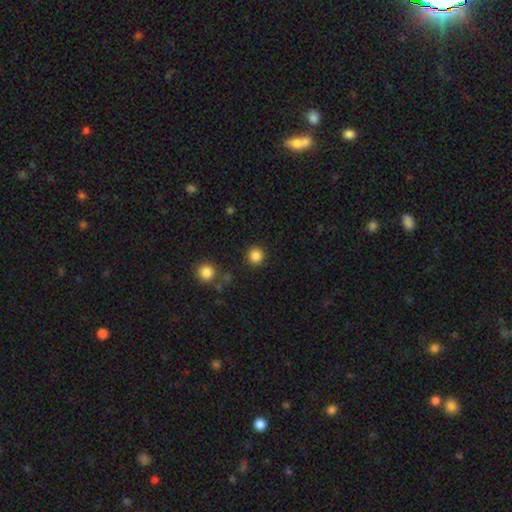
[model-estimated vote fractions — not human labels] smooth 86%, star or artifact 11%, featured or disk 3%. Down the decision tree: how rounded — round (95%); merging — none (90%).